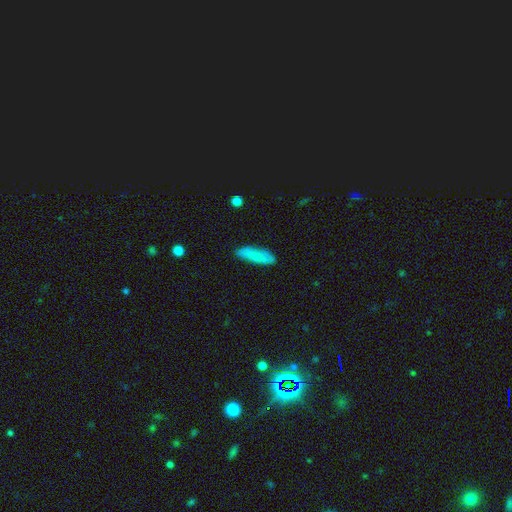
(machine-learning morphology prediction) Overall: smooth (77%). How rounded: cigar-shaped (54%; in between 44%). Merging: none (83%).